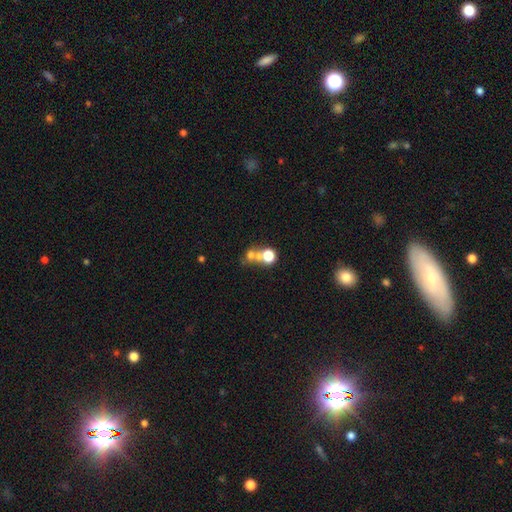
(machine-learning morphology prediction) A smooth galaxy with no disk features (62%) that is round (79%).

Vote fractions:
- Smooth or featured? smooth: 62% / star or artifact: 21% / featured or disk: 17%
- How rounded? round: 79% / in between: 20% / cigar-shaped: 1%
- Merging? merger: 50% / none: 38% / minor disturbance: 7% / major disturbance: 5%